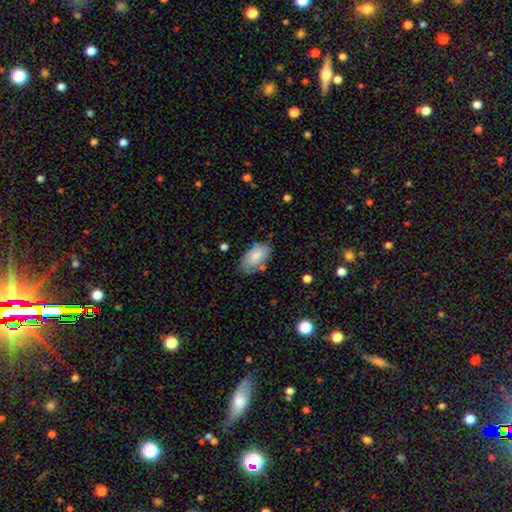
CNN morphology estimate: smooth 73%, featured or disk 20%, star or artifact 6%. Down the decision tree: how rounded — in between (94%); merging — none (68%).